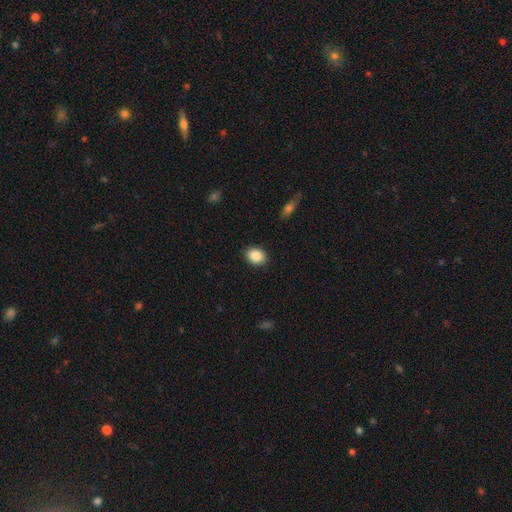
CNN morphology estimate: Smooth or featured?
  - smooth: 88% *
  - star or artifact: 8%
  - featured or disk: 4%
How rounded?
  - in between: 61% *
  - round: 38%
  - cigar-shaped: 1%
Merging?
  - none: 90% *
  - minor disturbance: 7%
  - major disturbance: 2%
  - merger: 1%